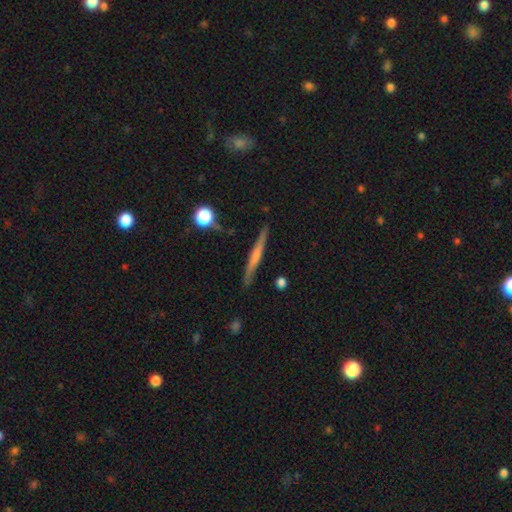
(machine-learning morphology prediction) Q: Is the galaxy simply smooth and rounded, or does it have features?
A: featured or disk — 58%.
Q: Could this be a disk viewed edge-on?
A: yes — 97%.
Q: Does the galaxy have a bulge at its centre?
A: none — 48%.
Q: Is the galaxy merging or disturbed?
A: none — 88%.